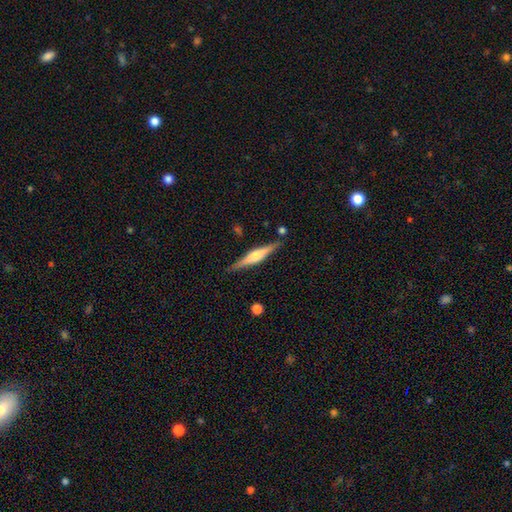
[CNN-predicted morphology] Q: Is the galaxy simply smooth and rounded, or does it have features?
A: featured or disk — 71%.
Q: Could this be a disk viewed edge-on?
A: yes — 98%.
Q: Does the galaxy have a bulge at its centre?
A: rounded — 81%.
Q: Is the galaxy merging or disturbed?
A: none — 86%.